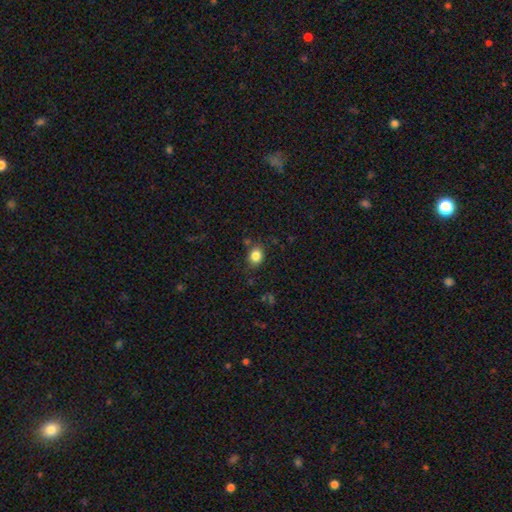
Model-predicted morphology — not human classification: Smooth or featured: smooth — 84% (star or artifact — 11%)
How rounded: round — 53% (in between — 46%)
Merging: none — 80% (minor disturbance — 13%)